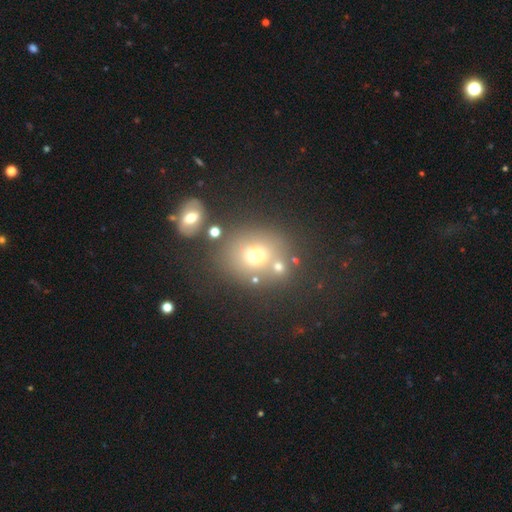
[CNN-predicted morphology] This appears to be a smooth galaxy with no disk features (66%) that is round (71%). Merging: none (66%).